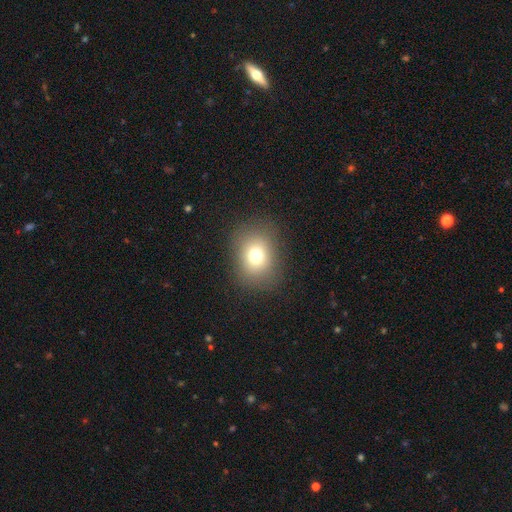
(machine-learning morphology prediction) Overall: smooth (73%). How rounded: round (56%; in between 43%). Merging: none (85%).